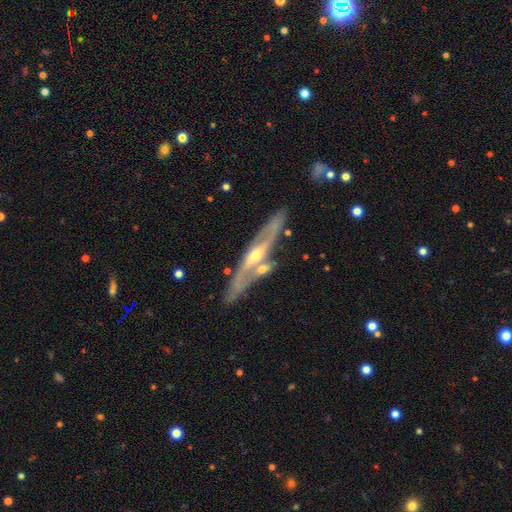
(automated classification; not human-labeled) smooth_or_featured: featured or disk (p=0.82) [alt: smooth p=0.13]
disk_edge_on: no (p=0.52) [alt: yes p=0.48]
merging: none (p=0.71) [alt: minor disturbance p=0.14]